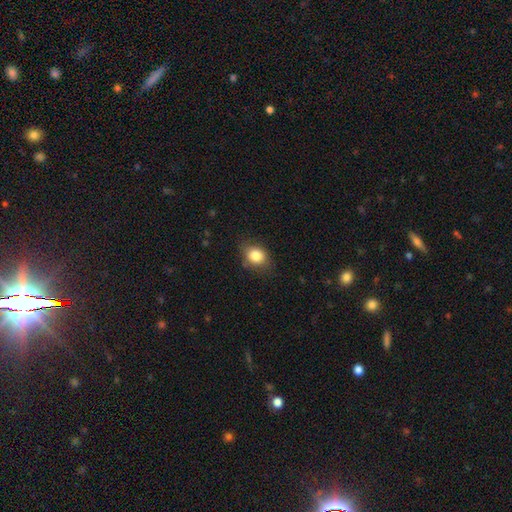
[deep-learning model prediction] A smooth galaxy with no disk features (83%) that is in between round and cigar-shaped (55%).

Vote fractions:
- Smooth or featured? smooth: 83% / star or artifact: 9% / featured or disk: 8%
- How rounded? in between: 55% / round: 44% / cigar-shaped: 1%
- Merging? none: 70% / minor disturbance: 23% / major disturbance: 6% / merger: 2%